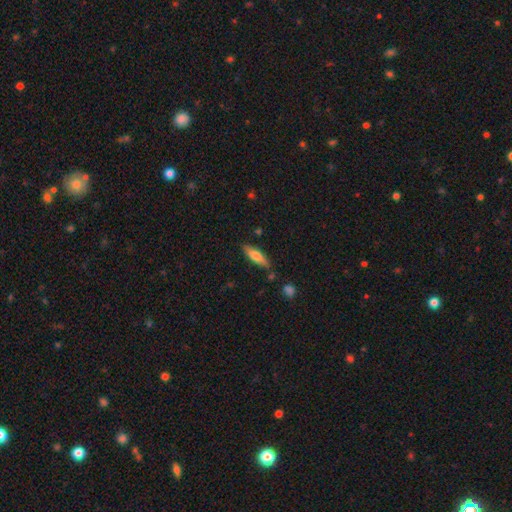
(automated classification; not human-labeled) Overall: smooth (71%). How rounded: cigar-shaped (55%; in between 43%). Merging: none (79%).